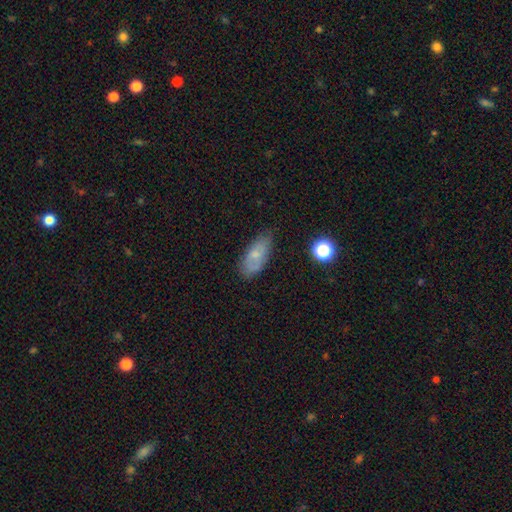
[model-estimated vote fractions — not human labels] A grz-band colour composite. It shows a smooth galaxy with no disk features (64%) that is in between round and cigar-shaped (86%). Merging: none (68%).